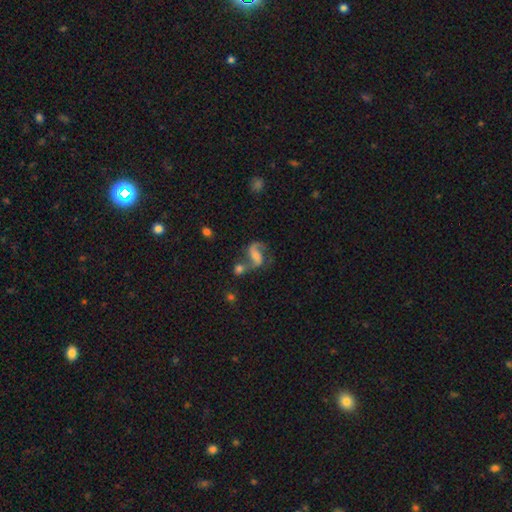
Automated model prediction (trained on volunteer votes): Smooth or featured: featured or disk — 76% (smooth — 16%)
Edge-on disk: no — 97% (yes — 3%)
Bar: weak — 41% (no — 31%)
Spiral arms: yes — 92% (no — 8%)
Spiral winding: loose — 57% (medium — 35%)
Spiral arm count: 2 — 88% (1 — 6%)
Bulge size: small — 36% (moderate — 32%)
Merging: none — 40% (merger — 30%)